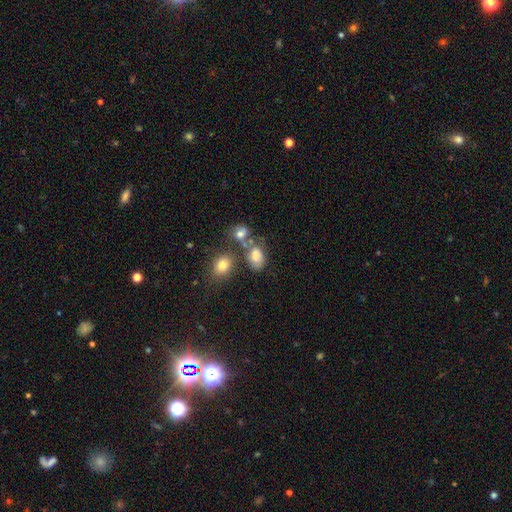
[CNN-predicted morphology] A smooth galaxy with no disk features (74%) that is in between round and cigar-shaped (78%). Merging: none (42%).